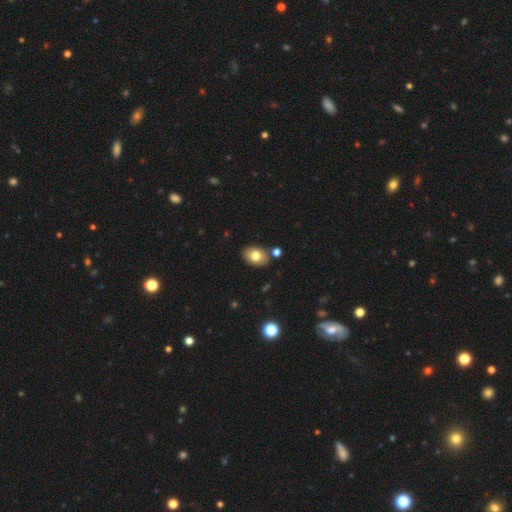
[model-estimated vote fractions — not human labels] Smooth or featured?
  - smooth: 77% *
  - featured or disk: 14%
  - star or artifact: 9%
How rounded?
  - in between: 79% *
  - round: 20%
  - cigar-shaped: 1%
Merging?
  - none: 81% *
  - minor disturbance: 10%
  - merger: 6%
  - major disturbance: 2%